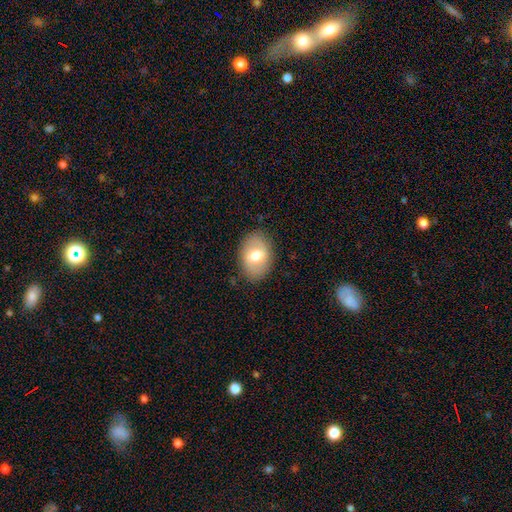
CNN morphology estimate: Smooth or featured? smooth (60%)
How rounded? in between (79%)
Merging? none (83%)